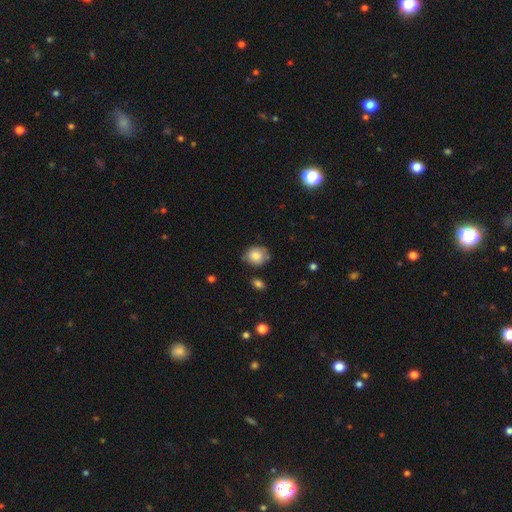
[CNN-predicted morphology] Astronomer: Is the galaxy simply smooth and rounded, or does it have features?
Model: smooth — 82%.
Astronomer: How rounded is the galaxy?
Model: round — 69%.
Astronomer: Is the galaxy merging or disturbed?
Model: none — 71%.